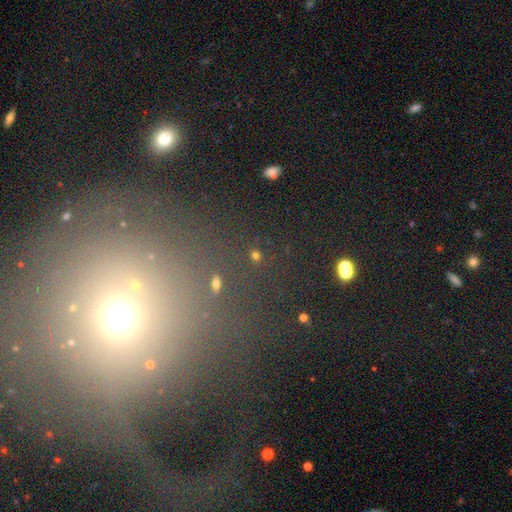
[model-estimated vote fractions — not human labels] Smooth or featured: smooth — 59% (star or artifact — 32%)
How rounded: round — 79% (in between — 18%)
Merging: none — 81% (minor disturbance — 9%)